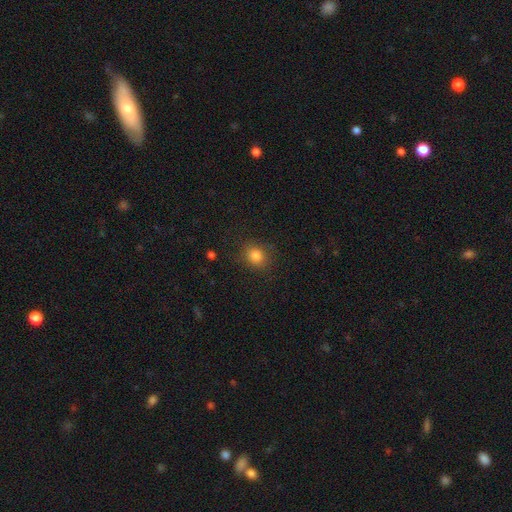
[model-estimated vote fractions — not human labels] This appears to be a smooth galaxy with no disk features (83%) that is round (70%). Merging: none (82%).